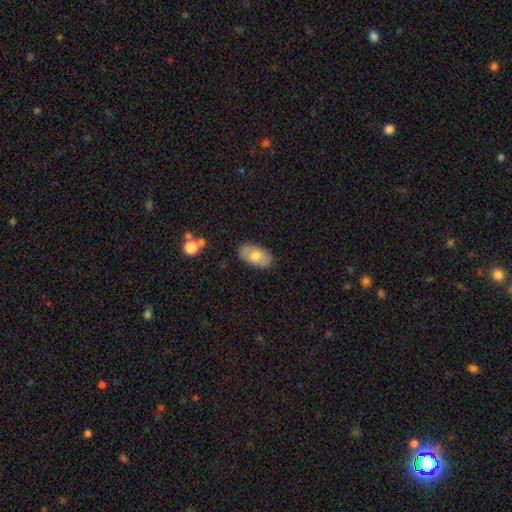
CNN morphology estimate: Smooth or featured? Predicted: smooth (p=0.73). How rounded? Predicted: in between (p=0.93). Merging? Predicted: none (p=0.85).